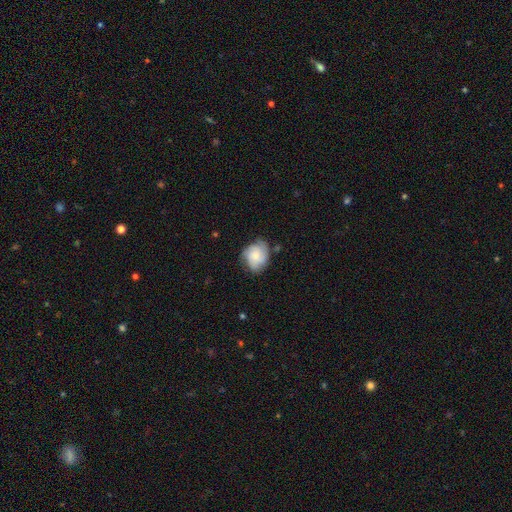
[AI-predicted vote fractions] Overall: featured or disk (52%; smooth 40%). Edge-on disk: no (98%). Bar: no (77%). Spiral arms: yes (90%). Bulge size: small (46%; moderate 38%). Merging: none (69%).